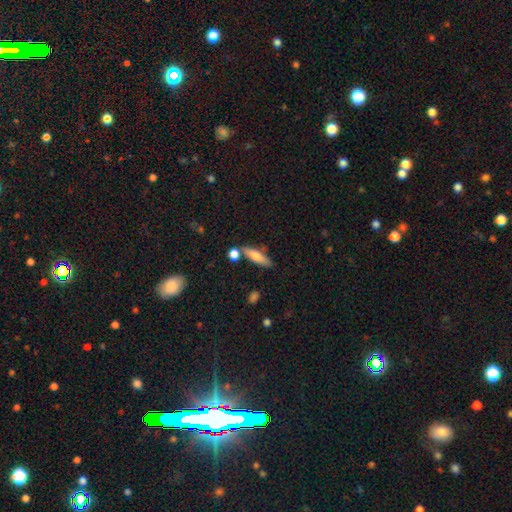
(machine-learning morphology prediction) A smooth galaxy with no disk features (69%) that is cigar-shaped (59%). Merging: none (71%).